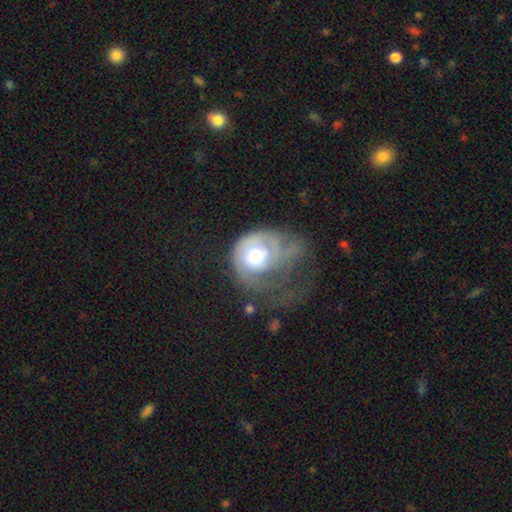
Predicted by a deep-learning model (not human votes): Smooth or featured? Predicted: featured or disk (p=0.52). Edge-on disk? Predicted: no (p=0.97). Bar? Predicted: no (p=0.83). Spiral arms? Predicted: yes (p=0.56). Bulge size? Predicted: moderate (p=0.58). Merging? Predicted: major disturbance (p=0.58).